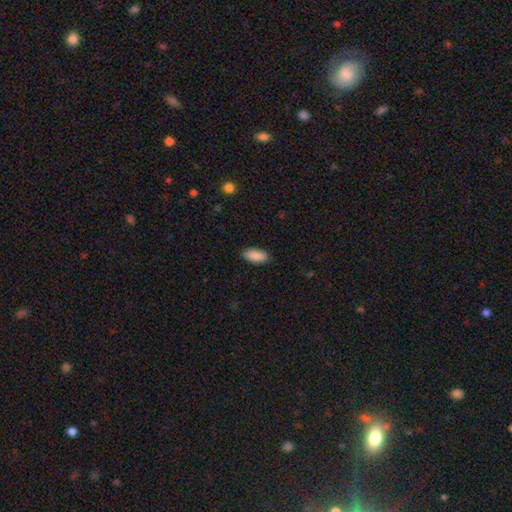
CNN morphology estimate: Overall: smooth (90%). How rounded: in between (89%). Merging: none (88%).